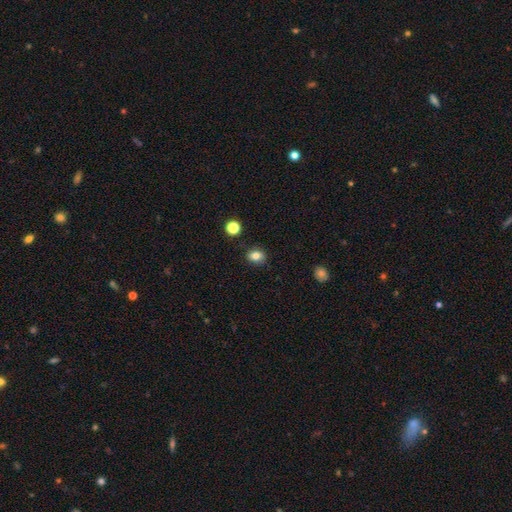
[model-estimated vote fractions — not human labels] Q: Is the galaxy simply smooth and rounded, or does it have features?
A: smooth — 80%.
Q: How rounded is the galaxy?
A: in between — 50%.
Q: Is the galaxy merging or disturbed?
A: none — 84%.